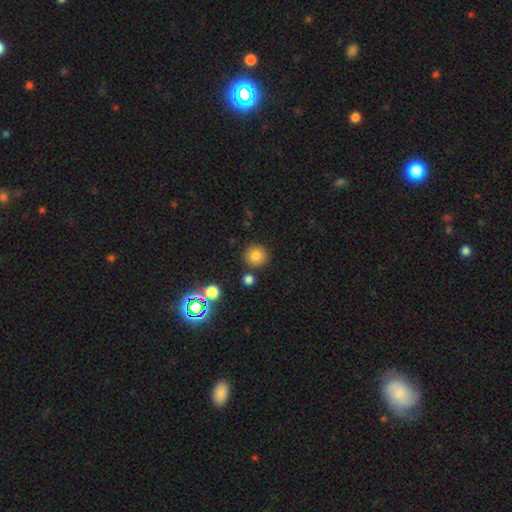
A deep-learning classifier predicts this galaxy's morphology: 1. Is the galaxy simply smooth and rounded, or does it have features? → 78% smooth, 15% star or artifact, 7% featured or disk.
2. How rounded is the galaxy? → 94% round, 5% in between, 1% cigar-shaped.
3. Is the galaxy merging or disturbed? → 84% none, 7% minor disturbance, 6% merger, 3% major disturbance.